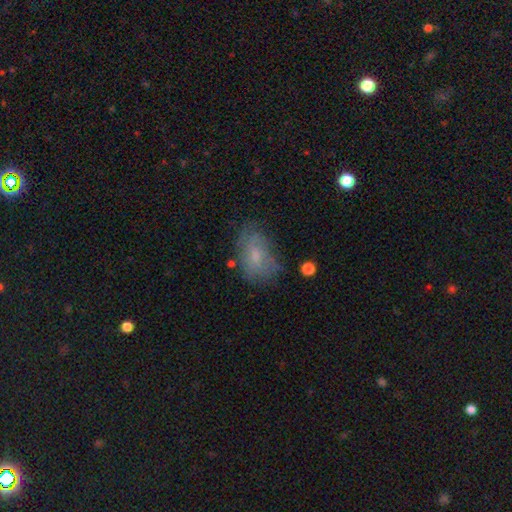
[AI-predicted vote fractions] smooth-or-featured: smooth: 59% | featured or disk: 32% | star or artifact: 9%
  how-rounded: in between: 87% | round: 11% | cigar-shaped: 2%
  merging: none: 55% | minor disturbance: 28% | major disturbance: 14% | merger: 3%